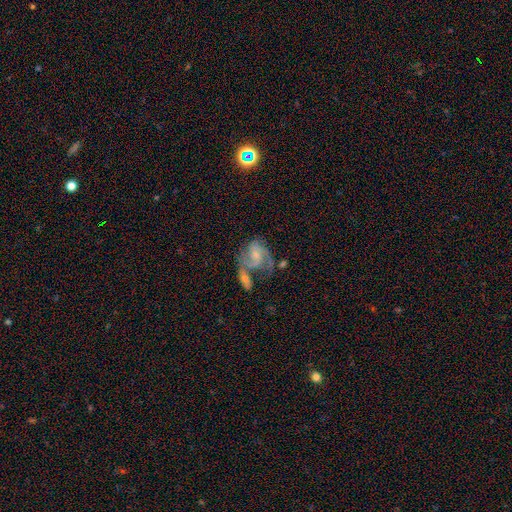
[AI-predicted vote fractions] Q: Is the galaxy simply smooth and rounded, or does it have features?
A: featured or disk — 75%.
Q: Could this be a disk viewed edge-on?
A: no — 97%.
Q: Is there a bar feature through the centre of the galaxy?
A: no — 50%.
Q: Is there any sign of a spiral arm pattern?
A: yes — 89%.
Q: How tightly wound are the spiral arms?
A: medium — 49%.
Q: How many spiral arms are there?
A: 2 — 59%.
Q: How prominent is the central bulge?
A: small — 51%.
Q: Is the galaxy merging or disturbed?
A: merger — 40%.